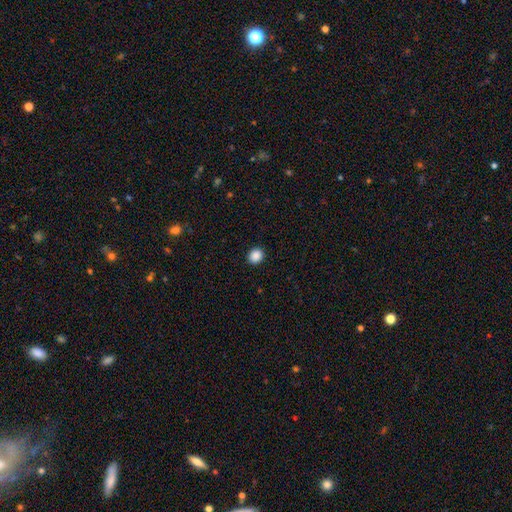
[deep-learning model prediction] Morphology: type=smooth (88%); roundness=round (73%); merging=none (92%).